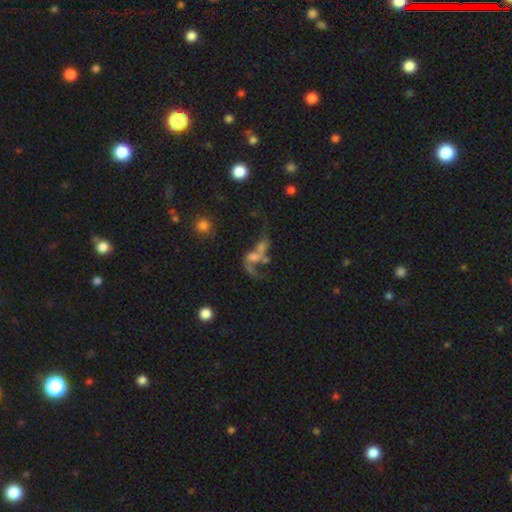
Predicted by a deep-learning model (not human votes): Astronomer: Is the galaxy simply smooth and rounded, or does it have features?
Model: featured or disk — 59%.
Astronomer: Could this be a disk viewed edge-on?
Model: no — 95%.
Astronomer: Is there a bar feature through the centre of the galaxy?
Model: no — 70%.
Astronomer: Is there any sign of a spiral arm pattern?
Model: yes — 54% (runner-up: no, 46%).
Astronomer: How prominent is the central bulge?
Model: none — 42% (runner-up: moderate, 24%).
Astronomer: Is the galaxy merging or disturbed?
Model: merger — 48% (runner-up: major disturbance, 27%).